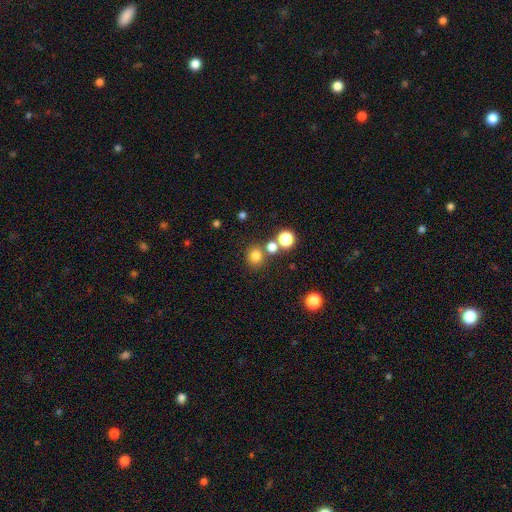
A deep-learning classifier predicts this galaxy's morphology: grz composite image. It shows a smooth galaxy with no disk features (77%) that is round (86%). Merging: none (73%).